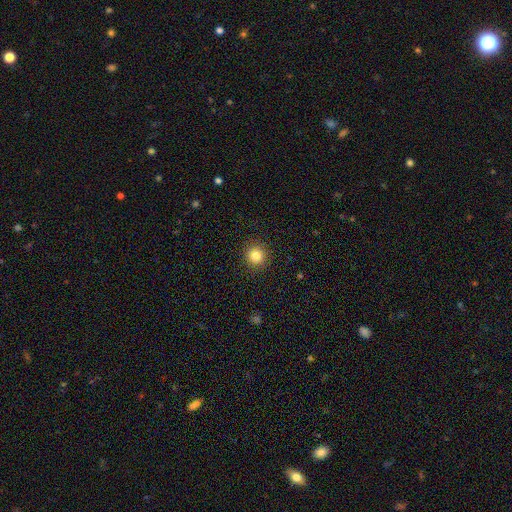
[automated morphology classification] This is clearly a smooth galaxy (83%). How rounded: clearly round (92%). Merging: clearly none (91%).